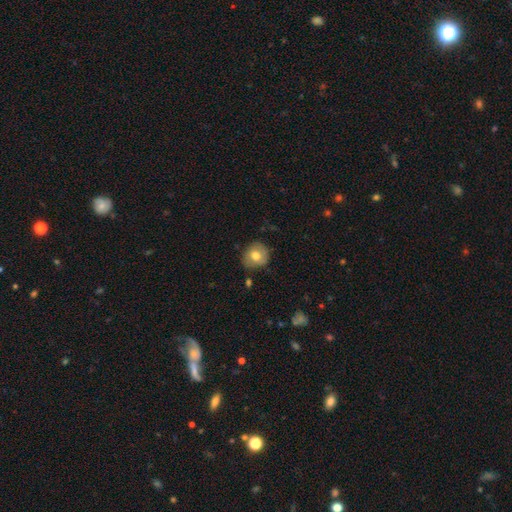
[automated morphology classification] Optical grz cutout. It shows a smooth galaxy with no disk features (73%) that is round (84%). Merging: none (79%).